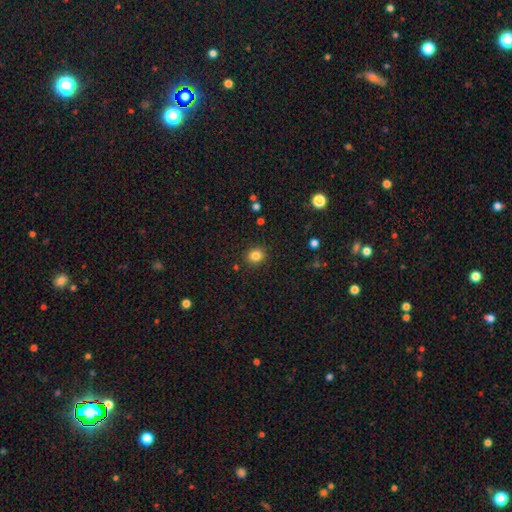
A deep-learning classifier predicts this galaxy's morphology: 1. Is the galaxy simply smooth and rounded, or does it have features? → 83% smooth, 12% star or artifact, 5% featured or disk.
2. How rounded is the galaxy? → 76% round, 23% in between, 1% cigar-shaped.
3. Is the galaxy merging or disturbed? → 90% none, 7% minor disturbance, 2% major disturbance, 1% merger.